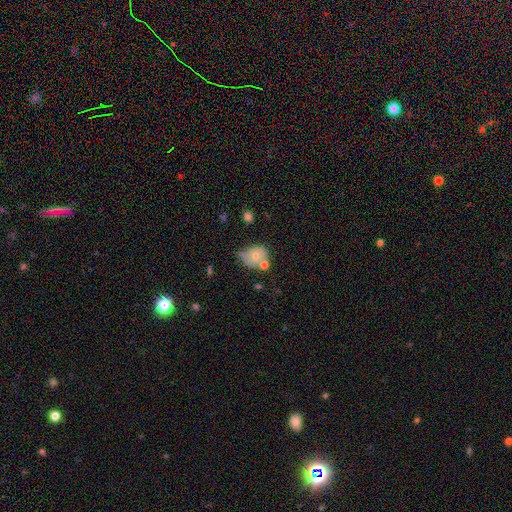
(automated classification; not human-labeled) Smooth or featured? smooth (58%)
How rounded? round (56%)
Merging? none (39%)